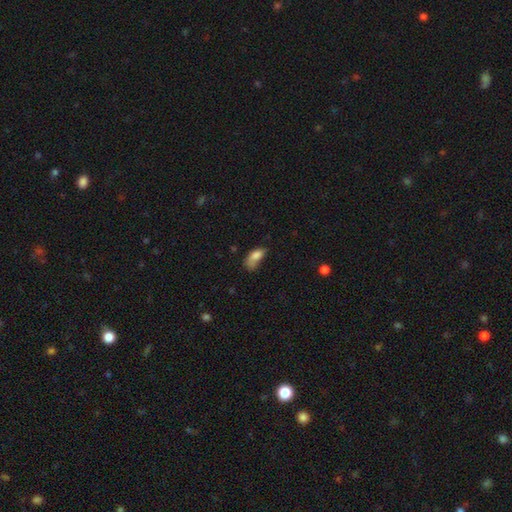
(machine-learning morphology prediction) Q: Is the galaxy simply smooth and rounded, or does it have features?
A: smooth — 78%.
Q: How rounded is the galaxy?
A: in between — 87%.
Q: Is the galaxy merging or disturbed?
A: minor disturbance — 32%.